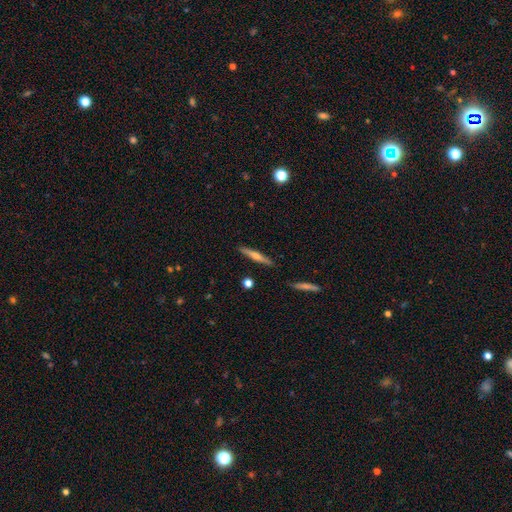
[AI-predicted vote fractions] A featured or disk galaxy (53%) viewed edge-on (97%) with a rounded central bulge (77%). Merging: none (89%).